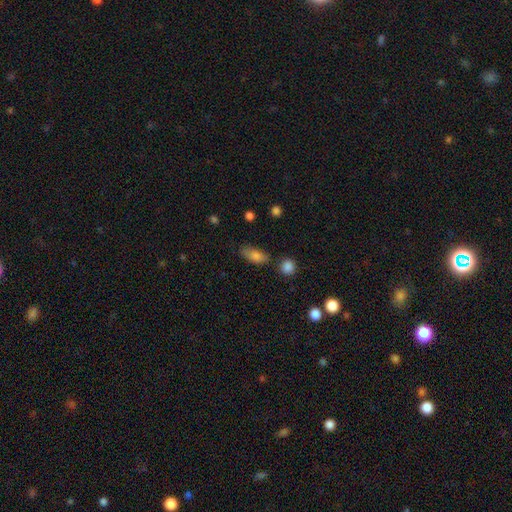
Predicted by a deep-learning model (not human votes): A smooth galaxy with no disk features (81%) that is in between round and cigar-shaped (81%). Merging: none (70%).